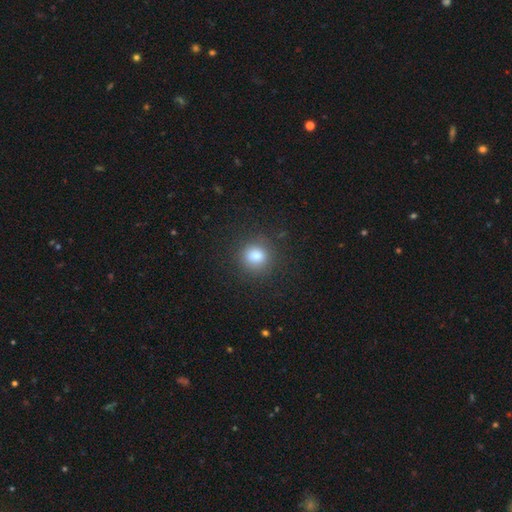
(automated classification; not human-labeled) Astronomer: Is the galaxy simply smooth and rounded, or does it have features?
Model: smooth — 83%.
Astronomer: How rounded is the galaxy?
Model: round — 85%.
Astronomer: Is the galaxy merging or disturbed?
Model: none — 86%.